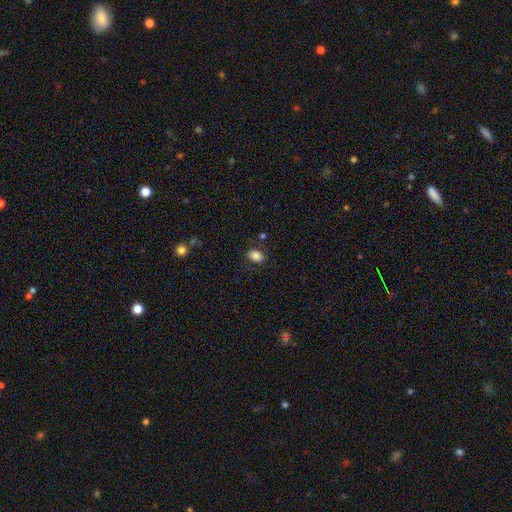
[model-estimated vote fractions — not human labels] A smooth galaxy with no disk features (85%) that is in between round and cigar-shaped (76%).

Vote fractions:
- Smooth or featured? smooth: 85% / star or artifact: 10% / featured or disk: 5%
- How rounded? in between: 76% / round: 23% / cigar-shaped: 1%
- Merging? none: 81% / minor disturbance: 12% / major disturbance: 4% / merger: 3%